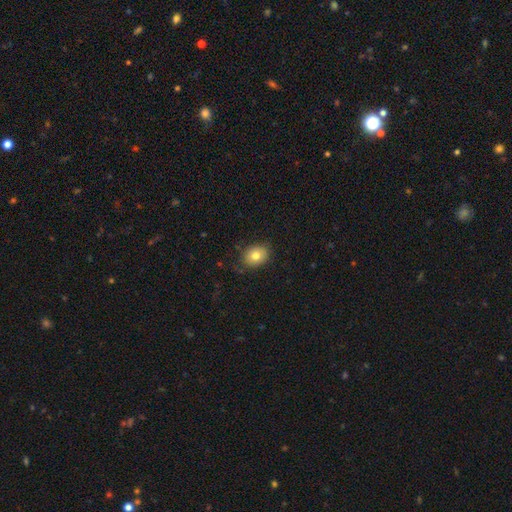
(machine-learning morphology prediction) Q: Smooth or featured?
A: smooth (78%); runner-up: featured or disk (13%)
Q: How rounded?
A: in between (59%); runner-up: round (40%)
Q: Merging?
A: none (80%); runner-up: minor disturbance (15%)